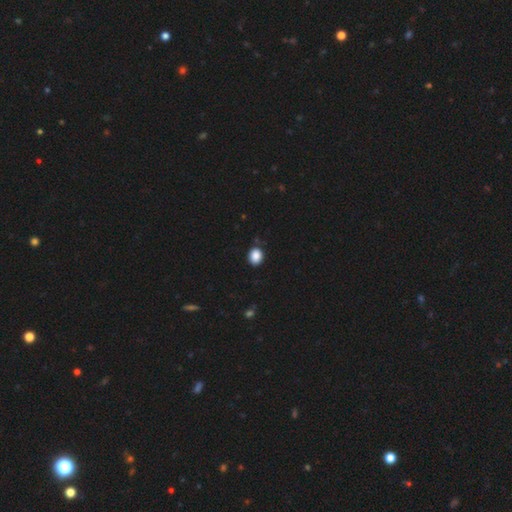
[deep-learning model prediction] Morphology: type=smooth (88%); roundness=round (57%); merging=none (86%).